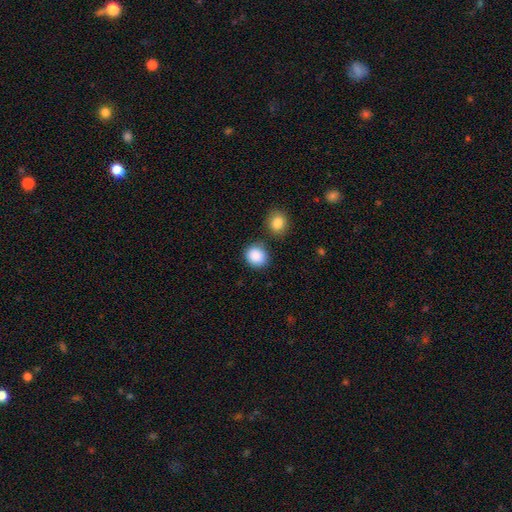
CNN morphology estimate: type=smooth (89%); roundness=round (80%); merging=none (78%).